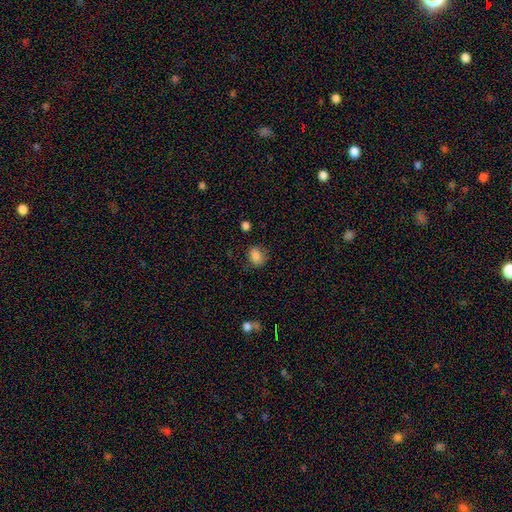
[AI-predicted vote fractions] Q: Smooth or featured?
A: smooth (85%); runner-up: star or artifact (10%)
Q: How rounded?
A: in between (51%); runner-up: round (48%)
Q: Merging?
A: none (75%); runner-up: minor disturbance (18%)